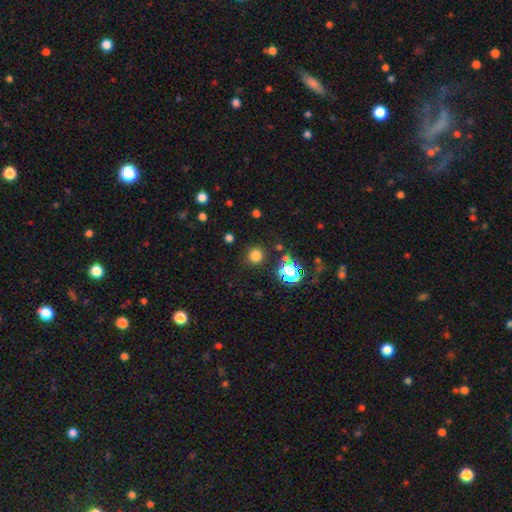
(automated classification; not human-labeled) smooth-or-featured: smooth: 76% | star or artifact: 20% | featured or disk: 5%
  how-rounded: round: 94% | in between: 5% | cigar-shaped: 1%
  merging: none: 87% | minor disturbance: 7% | major disturbance: 3% | merger: 3%